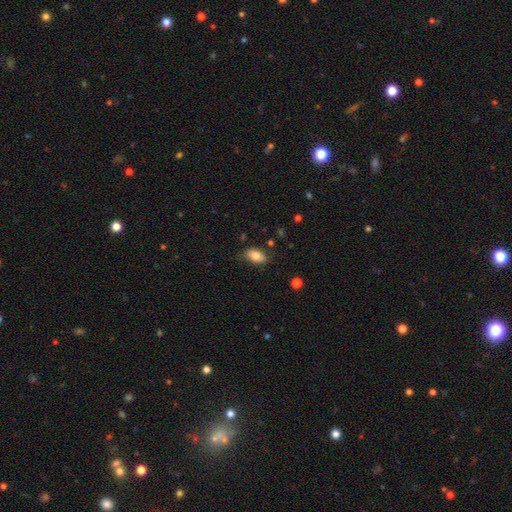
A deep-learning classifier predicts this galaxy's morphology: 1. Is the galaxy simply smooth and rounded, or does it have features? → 80% smooth, 12% featured or disk, 8% star or artifact.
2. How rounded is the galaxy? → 91% in between, 7% round, 2% cigar-shaped.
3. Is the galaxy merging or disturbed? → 76% none, 18% minor disturbance, 4% major disturbance, 2% merger.